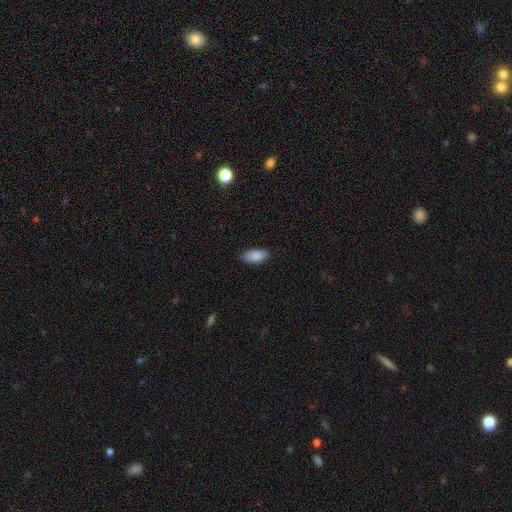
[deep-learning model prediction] smooth 88%, star or artifact 6%, featured or disk 5%. Down the decision tree: how rounded — in between (91%); merging — none (86%).